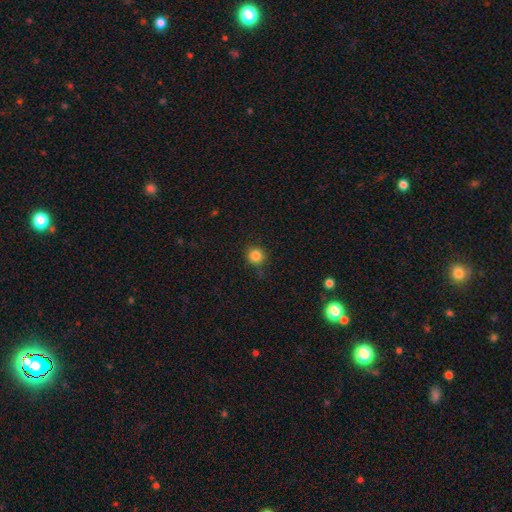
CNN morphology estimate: Smooth or featured?
  - smooth: 84% *
  - star or artifact: 12%
  - featured or disk: 4%
How rounded?
  - round: 93% *
  - in between: 6%
  - cigar-shaped: 1%
Merging?
  - none: 86% *
  - minor disturbance: 10%
  - major disturbance: 3%
  - merger: 1%